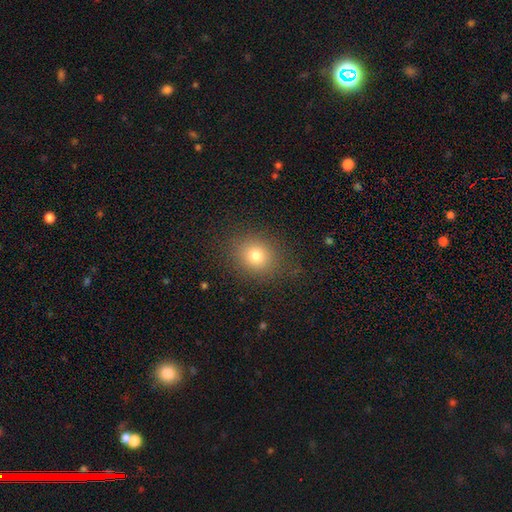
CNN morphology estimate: This appears to be a smooth galaxy with no disk features (77%) that is round (69%). Merging: none (83%).